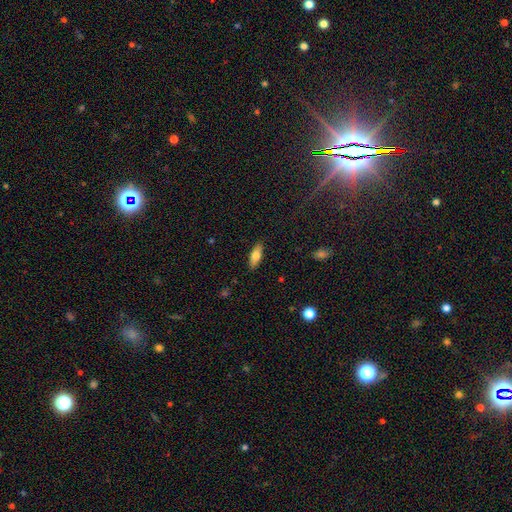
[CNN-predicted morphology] Smooth or featured: smooth — 71% (featured or disk — 22%)
How rounded: in between — 68% (cigar-shaped — 29%)
Merging: none — 88% (minor disturbance — 9%)